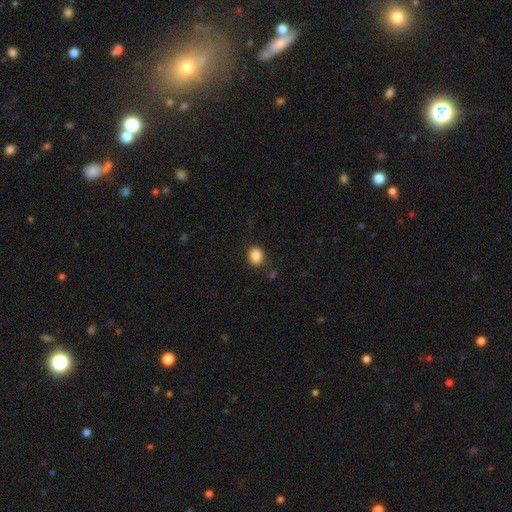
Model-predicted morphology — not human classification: smooth_or_featured: smooth (p=0.87) [alt: star or artifact p=0.09]
how_rounded: round (p=0.68) [alt: in between p=0.31]
merging: none (p=0.85) [alt: minor disturbance p=0.10]